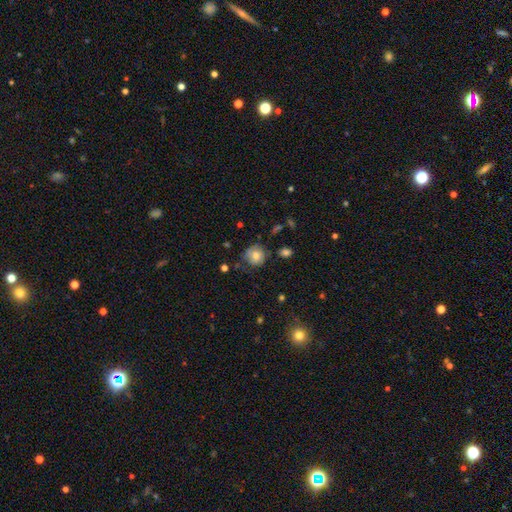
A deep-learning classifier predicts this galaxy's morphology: type=smooth (70%); roundness=round (86%); merging=none (64%).